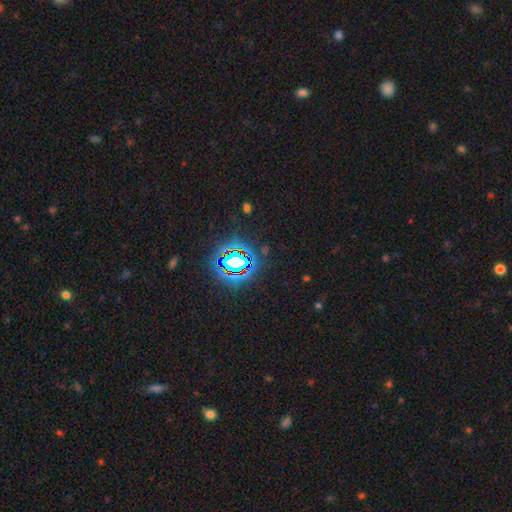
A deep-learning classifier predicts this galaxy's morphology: star or artifact 82%, smooth 11%, featured or disk 7%.